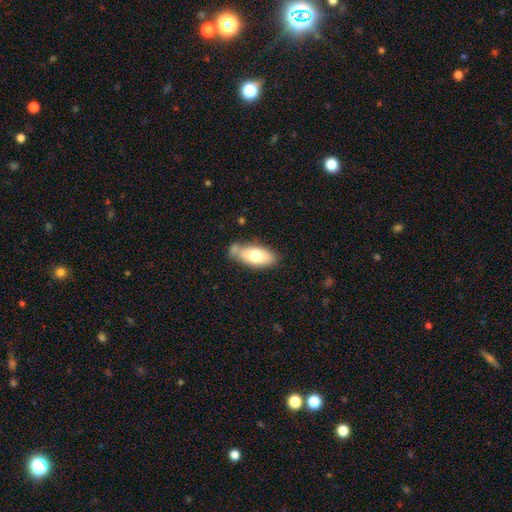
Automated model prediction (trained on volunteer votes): Smooth or featured? smooth (70%)
How rounded? in between (85%)
Merging? none (60%)